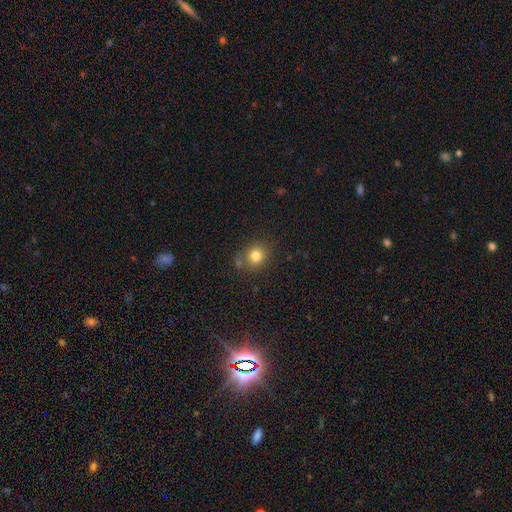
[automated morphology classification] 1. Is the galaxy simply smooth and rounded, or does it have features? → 80% smooth, 12% star or artifact, 8% featured or disk.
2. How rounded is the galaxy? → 77% round, 22% in between, 1% cigar-shaped.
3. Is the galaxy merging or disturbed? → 73% none, 13% minor disturbance, 10% merger, 4% major disturbance.